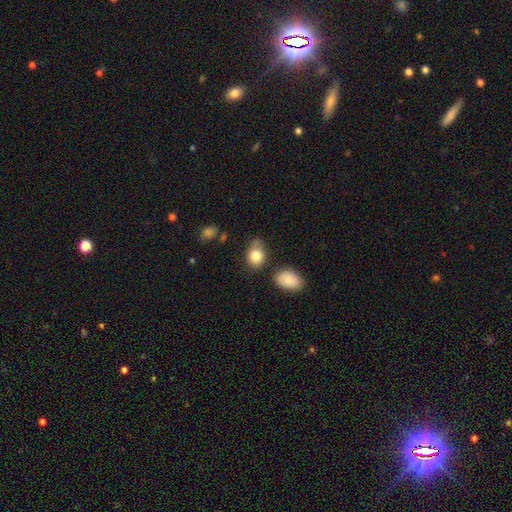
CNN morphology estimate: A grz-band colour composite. It shows a smooth galaxy with no disk features (82%) that is in between round and cigar-shaped (65%). Merging: none (60%).